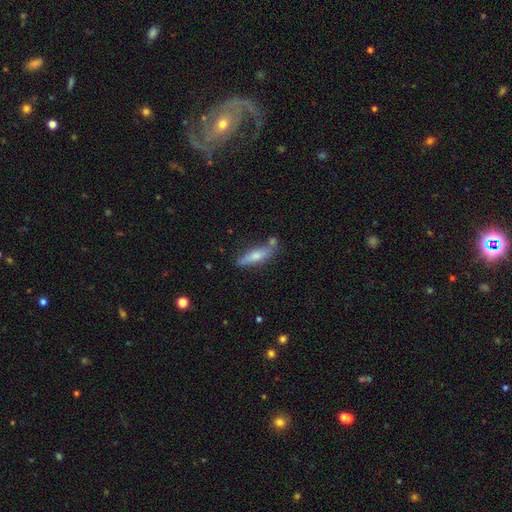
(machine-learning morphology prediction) This is likely a smooth galaxy (62%). How rounded: likely cigar-shaped (70%). Merging: likely none (68%).